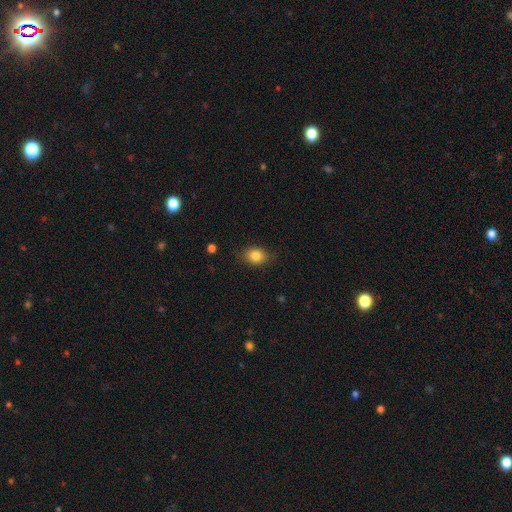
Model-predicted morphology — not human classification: Overall: smooth (84%). How rounded: in between (58%; round 41%). Merging: none (82%).